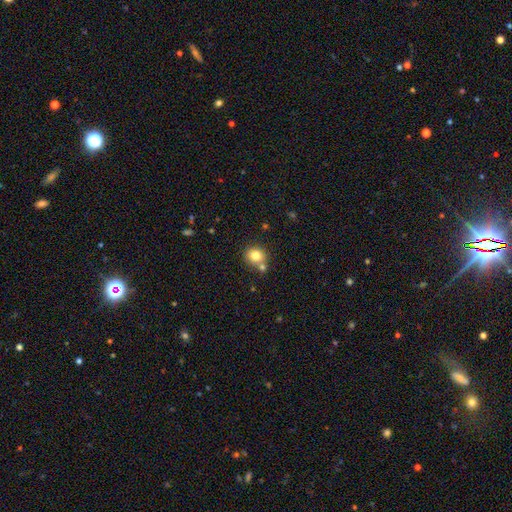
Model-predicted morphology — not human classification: The model was most divided on "merging": none: 64%, merger: 22%, minor disturbance: 10%, major disturbance: 3%. More confident: how rounded — round (84%); smooth or featured — smooth (80%).